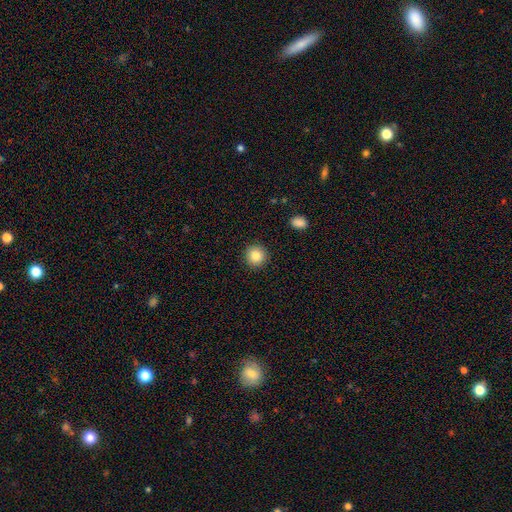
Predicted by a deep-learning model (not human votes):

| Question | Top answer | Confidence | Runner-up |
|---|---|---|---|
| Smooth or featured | smooth | 84% | star or artifact (9%) |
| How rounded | round | 93% | in between (6%) |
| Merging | none | 92% | minor disturbance (5%) |